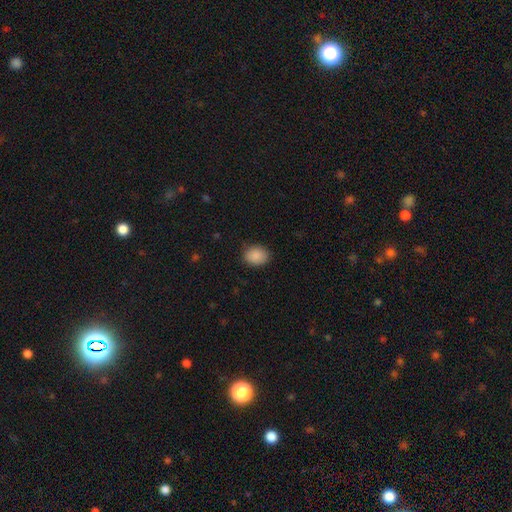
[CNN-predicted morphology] smooth-or-featured: smooth: 89% | star or artifact: 8% | featured or disk: 3%
  how-rounded: in between: 53% | round: 46% | cigar-shaped: 1%
  merging: none: 86% | minor disturbance: 10% | major disturbance: 3% | merger: 1%